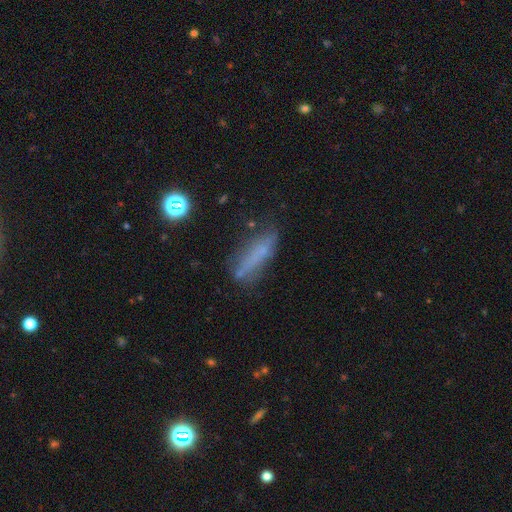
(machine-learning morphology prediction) The model was most divided on "smooth or featured": smooth: 56%, featured or disk: 28%, star or artifact: 16%. More confident: how rounded — cigar-shaped (70%); merging — none (57%).